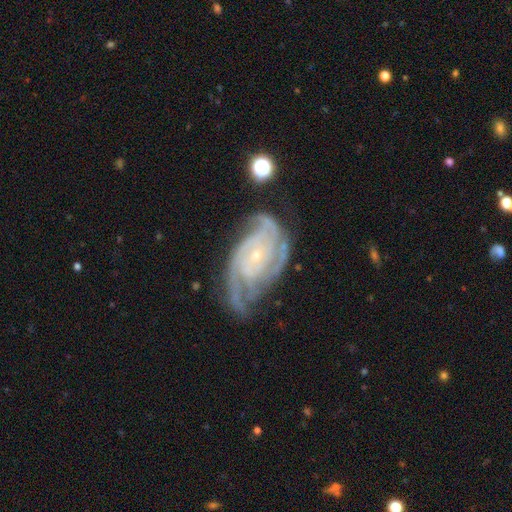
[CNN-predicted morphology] Smooth or featured? featured or disk (90%)
Edge-on disk? no (97%)
Bar? no (68%)
Spiral arms? yes (98%)
Spiral winding? tight (62%)
Spiral arm count? 2 (31%)
Bulge size? small (82%)
Merging? none (62%)